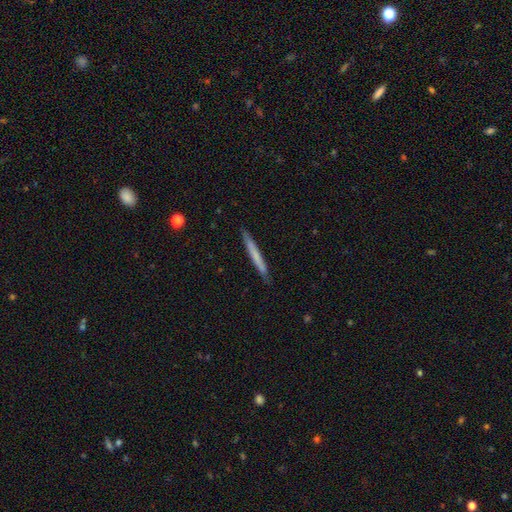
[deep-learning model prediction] Q: Smooth or featured?
A: smooth (63%); runner-up: featured or disk (31%)
Q: How rounded?
A: cigar-shaped (97%); runner-up: in between (2%)
Q: Merging?
A: none (89%); runner-up: minor disturbance (9%)